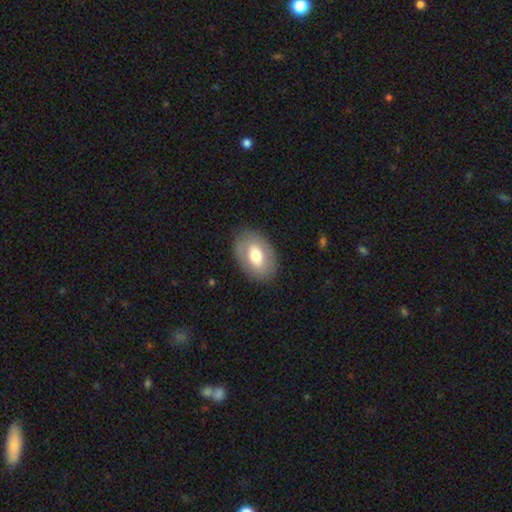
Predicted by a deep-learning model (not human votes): Smooth or featured: smooth — 60% (featured or disk — 33%)
How rounded: in between — 87% (round — 12%)
Merging: none — 84% (minor disturbance — 11%)